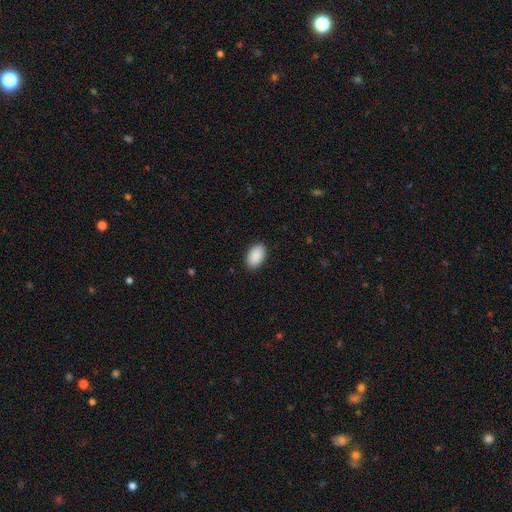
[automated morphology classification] Smooth or featured: smooth — 92% (star or artifact — 6%)
How rounded: in between — 94% (round — 5%)
Merging: none — 90% (minor disturbance — 7%)